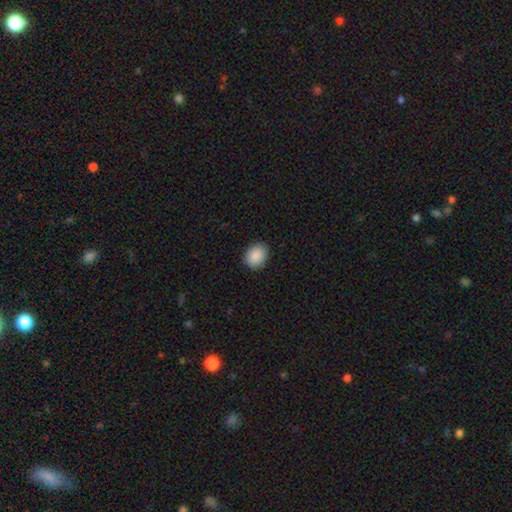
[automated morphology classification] Smooth or featured: smooth — 90% (star or artifact — 7%)
How rounded: in between — 58% (round — 41%)
Merging: none — 88% (minor disturbance — 9%)